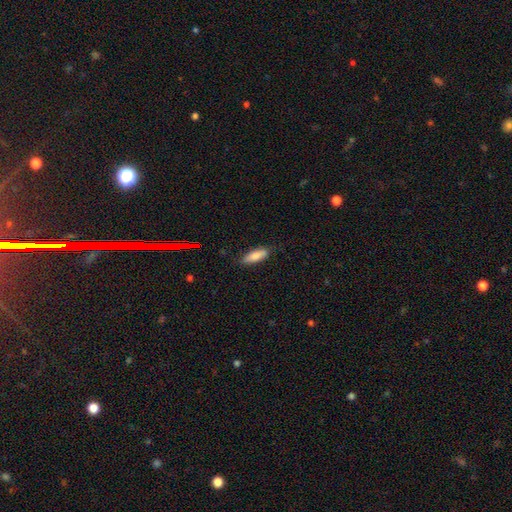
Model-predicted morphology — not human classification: The model was most divided on "how rounded": in between: 57%, cigar-shaped: 41%, round: 2%. More confident: merging — none (82%); smooth or featured — smooth (81%).